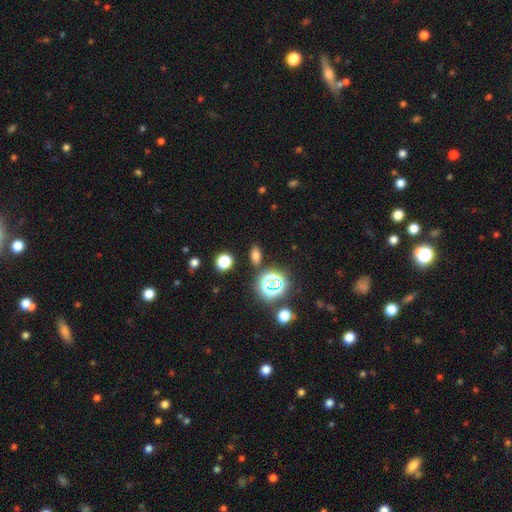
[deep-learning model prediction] Smooth or featured: smooth — 65% (star or artifact — 26%)
How rounded: in between — 81% (round — 15%)
Merging: none — 85% (minor disturbance — 9%)